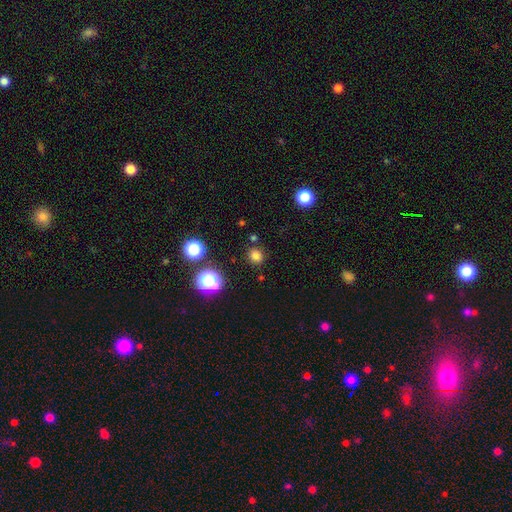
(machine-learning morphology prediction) The model was most divided on "smooth or featured": smooth: 77%, star or artifact: 19%, featured or disk: 5%. More confident: merging — none (87%); how rounded — round (81%).